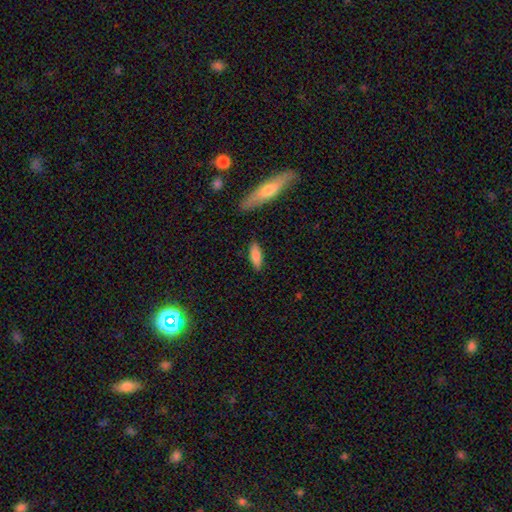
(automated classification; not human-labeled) This appears to be a smooth galaxy with no disk features (80%) that is in between round and cigar-shaped (68%). Merging: none (85%).